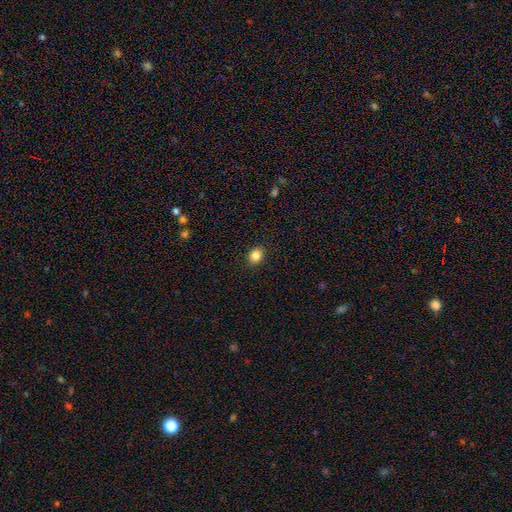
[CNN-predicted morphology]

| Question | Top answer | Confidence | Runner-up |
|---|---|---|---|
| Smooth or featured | smooth | 85% | star or artifact (11%) |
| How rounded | round | 69% | in between (30%) |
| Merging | none | 91% | minor disturbance (6%) |